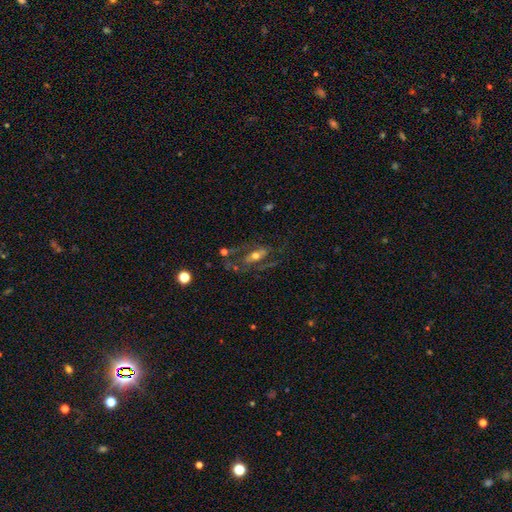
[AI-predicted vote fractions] This is likely a featured or disk galaxy (65%). It is clearly not viewed edge-on (86%). Bar: possibly no (48%). Spiral arm pattern: likely yes (67%). Central bulge: likely moderate (64%). Merging: possibly none (48%).